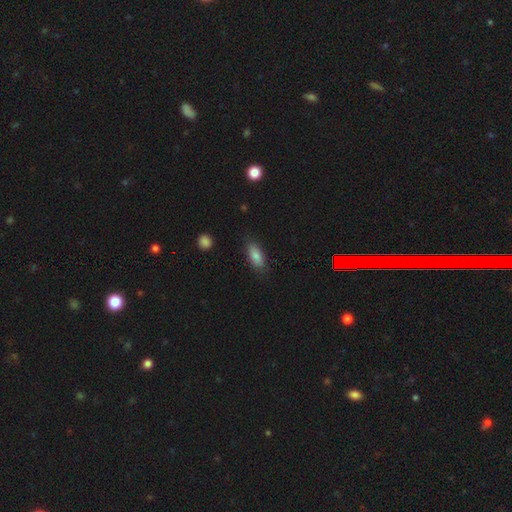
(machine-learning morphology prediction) smooth 82%, featured or disk 10%, star or artifact 7%. Down the decision tree: how rounded — in between (80%); merging — none (81%).